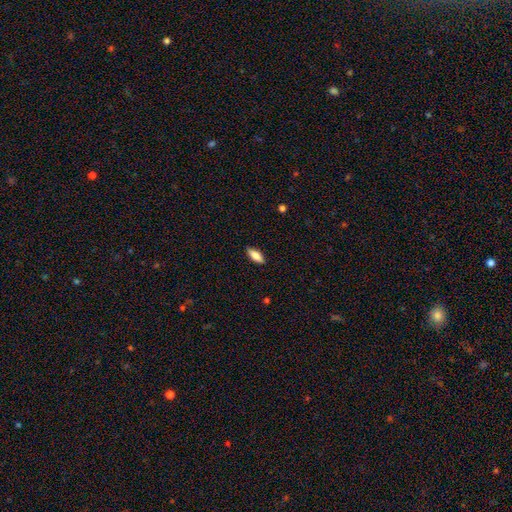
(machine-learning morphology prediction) Smooth or featured?
  - smooth: 80% *
  - featured or disk: 14%
  - star or artifact: 7%
How rounded?
  - in between: 73% *
  - cigar-shaped: 25%
  - round: 2%
Merging?
  - none: 87% *
  - minor disturbance: 10%
  - major disturbance: 2%
  - merger: 1%